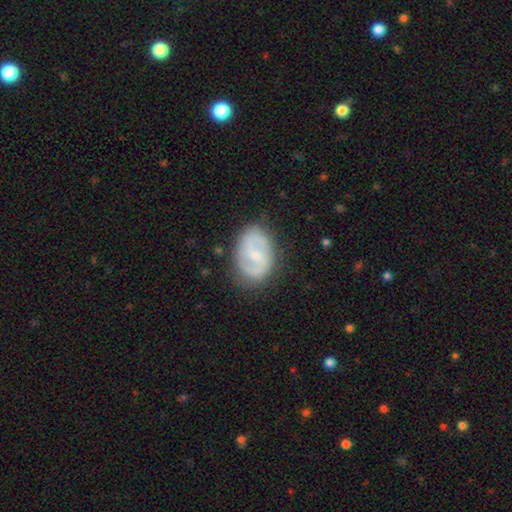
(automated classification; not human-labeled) This appears to be a featured or disk galaxy (74%) with a weak bar (45%), 2 (83%) medium (47%) spiral arms (86%) and a small central bulge (64%). Merging: none (79%).